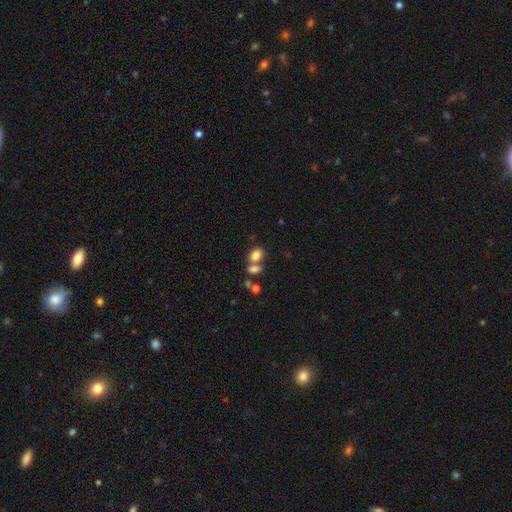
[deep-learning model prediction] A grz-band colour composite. It shows a smooth galaxy with no disk features (80%) that is in between round and cigar-shaped (74%). Merging: none (44%).